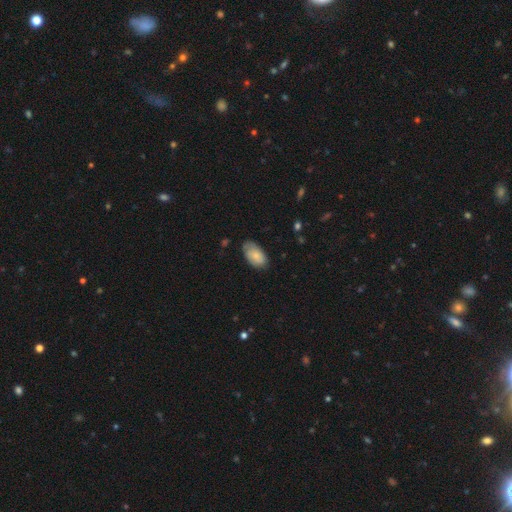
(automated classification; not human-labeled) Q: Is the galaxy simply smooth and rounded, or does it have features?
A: smooth — 75%.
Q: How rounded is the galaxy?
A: in between — 94%.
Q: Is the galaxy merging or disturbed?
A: none — 65%.